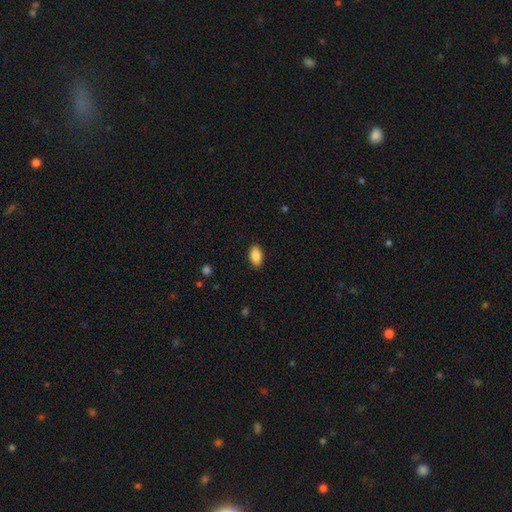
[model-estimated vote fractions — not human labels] Smooth or featured: smooth — 87% (star or artifact — 7%)
How rounded: in between — 93% (round — 4%)
Merging: none — 89% (minor disturbance — 8%)